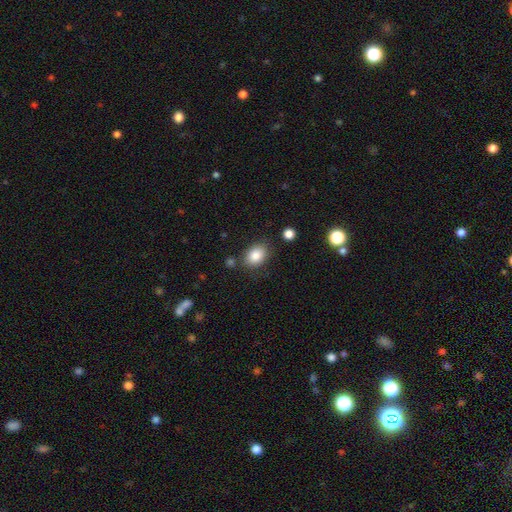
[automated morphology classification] Q: Smooth or featured?
A: smooth (85%); runner-up: star or artifact (8%)
Q: How rounded?
A: in between (73%); runner-up: round (26%)
Q: Merging?
A: none (78%); runner-up: minor disturbance (13%)